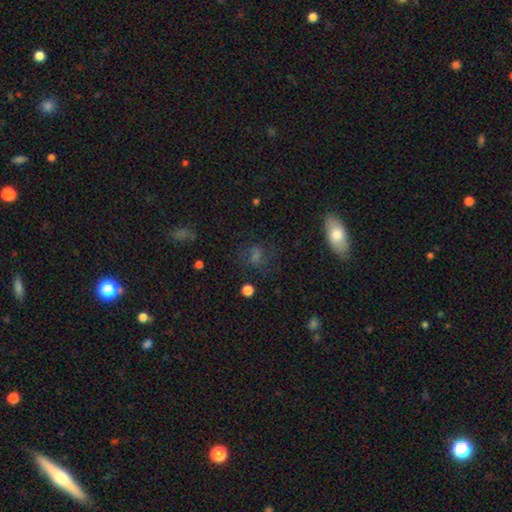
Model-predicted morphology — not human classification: smooth 49%, star or artifact 27%, featured or disk 23%. Down the decision tree: merging — none (70%).